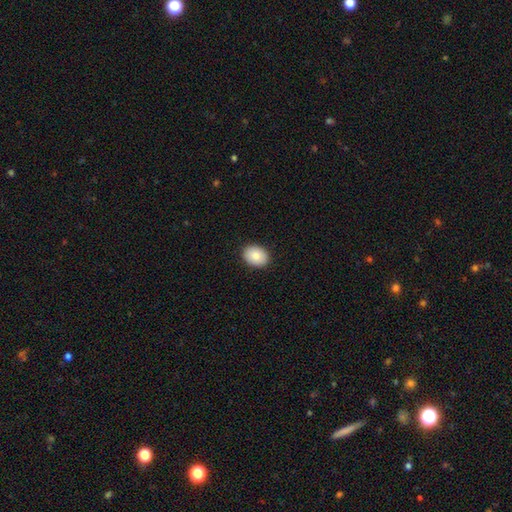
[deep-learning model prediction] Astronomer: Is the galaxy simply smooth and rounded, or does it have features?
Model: smooth — 85%.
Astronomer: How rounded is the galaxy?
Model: in between — 62%.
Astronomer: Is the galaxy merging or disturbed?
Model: none — 90%.